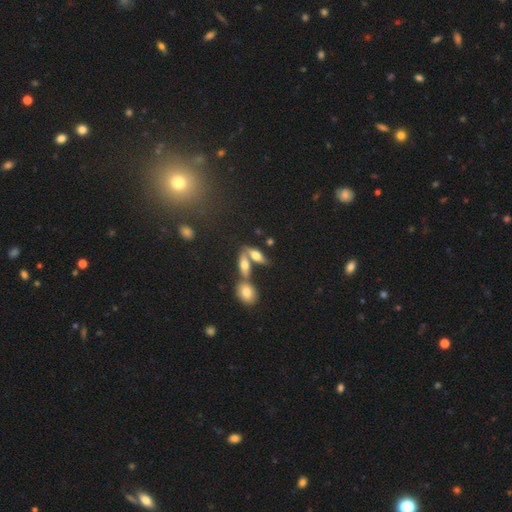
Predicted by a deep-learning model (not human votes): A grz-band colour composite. It shows a smooth galaxy with no disk features (58%) that is in between round and cigar-shaped (69%). Merging: merger (42%, tied with none).